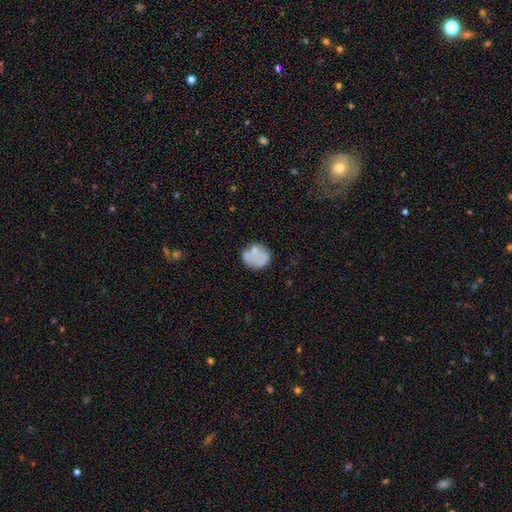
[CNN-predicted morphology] Smooth or featured? Predicted: smooth (p=0.65). How rounded? Predicted: round (p=0.74). Merging? Predicted: none (p=0.58).